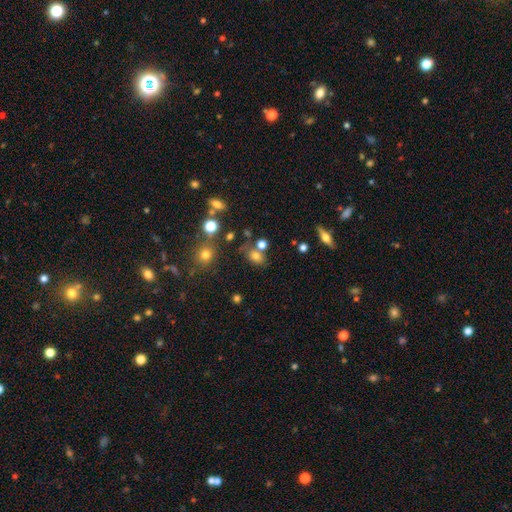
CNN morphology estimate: Q: Smooth or featured?
A: smooth (71%); runner-up: star or artifact (18%)
Q: How rounded?
A: in between (66%); runner-up: round (32%)
Q: Merging?
A: none (59%); runner-up: merger (19%)